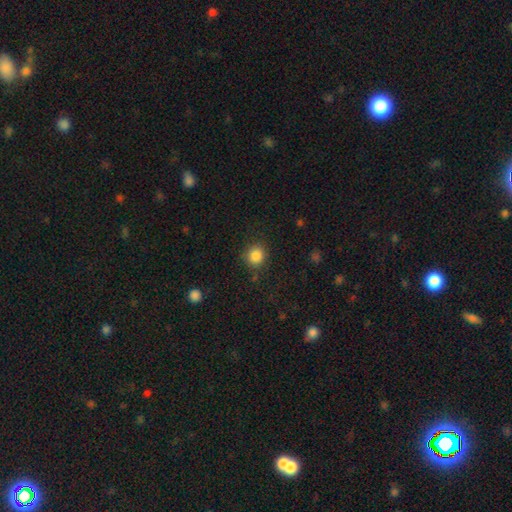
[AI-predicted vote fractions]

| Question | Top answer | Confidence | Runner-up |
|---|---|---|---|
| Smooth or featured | smooth | 85% | star or artifact (11%) |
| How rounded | round | 85% | in between (14%) |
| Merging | none | 85% | minor disturbance (10%) |